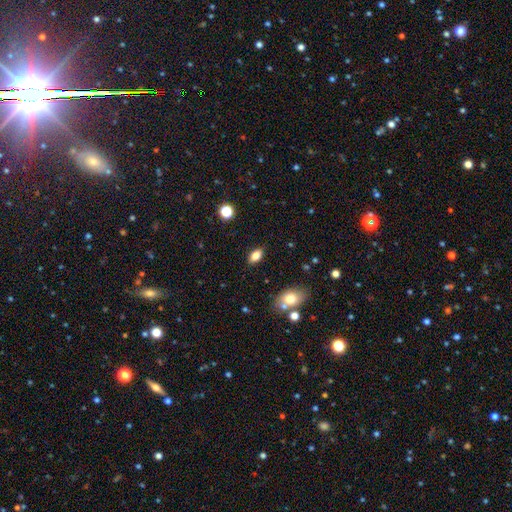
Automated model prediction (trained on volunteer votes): This appears to be a smooth galaxy with no disk features (79%) that is in between round and cigar-shaped (87%). Merging: none (86%).